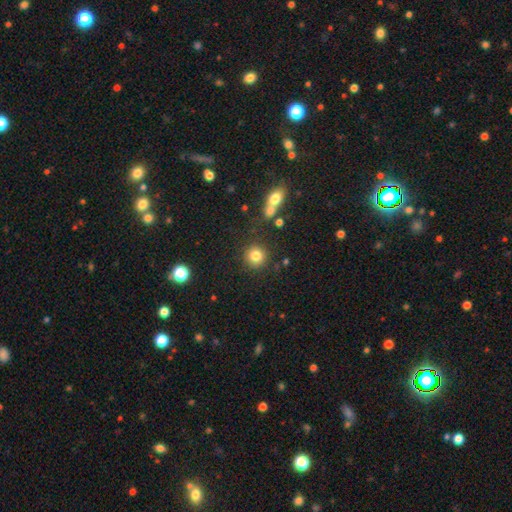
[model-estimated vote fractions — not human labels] smooth-or-featured: smooth: 82% | star or artifact: 11% | featured or disk: 7%
  how-rounded: round: 92% | in between: 7% | cigar-shaped: 1%
  merging: none: 84% | minor disturbance: 8% | merger: 5% | major disturbance: 3%